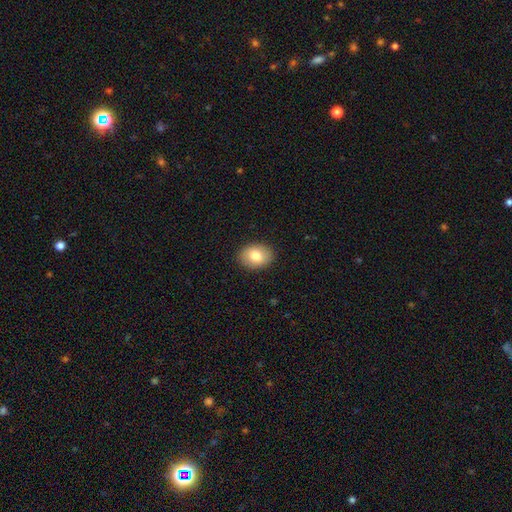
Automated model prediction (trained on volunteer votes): smooth 82%, featured or disk 10%, star or artifact 8%. Down the decision tree: how rounded — in between (70%); merging — none (89%).